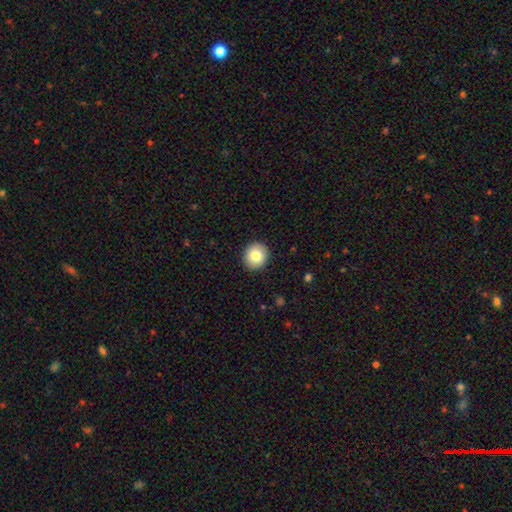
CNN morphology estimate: Smooth or featured: smooth — 82% (featured or disk — 9%)
How rounded: round — 82% (in between — 17%)
Merging: none — 92% (minor disturbance — 6%)